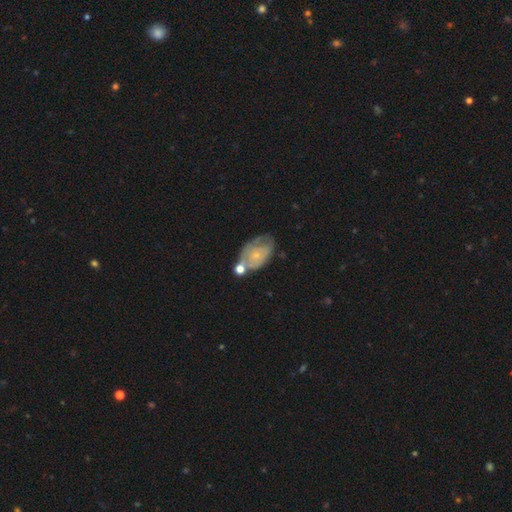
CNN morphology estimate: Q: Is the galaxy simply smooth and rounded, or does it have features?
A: featured or disk — 56%.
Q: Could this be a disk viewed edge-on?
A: no — 95%.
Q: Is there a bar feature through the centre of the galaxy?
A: no — 84%.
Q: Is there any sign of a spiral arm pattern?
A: yes — 53%.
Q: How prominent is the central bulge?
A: small — 76%.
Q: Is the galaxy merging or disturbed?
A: none — 41%.